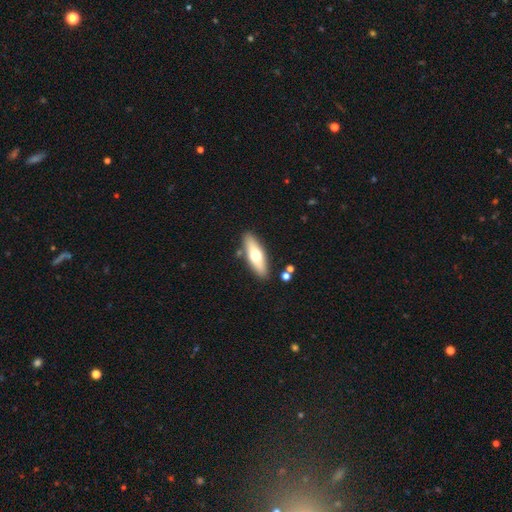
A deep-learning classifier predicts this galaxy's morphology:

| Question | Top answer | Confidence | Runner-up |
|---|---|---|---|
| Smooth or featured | smooth | 55% | featured or disk (40%) |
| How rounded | cigar-shaped | 50% | in between (48%) |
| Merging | none | 85% | minor disturbance (9%) |